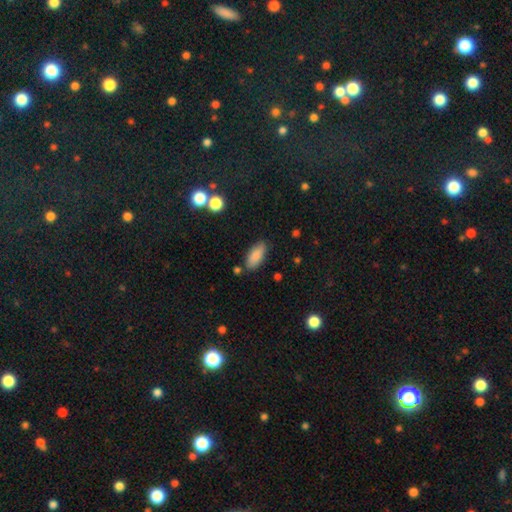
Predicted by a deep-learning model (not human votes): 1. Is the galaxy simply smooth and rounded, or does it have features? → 85% smooth, 8% featured or disk, 7% star or artifact.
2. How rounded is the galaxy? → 86% in between, 11% cigar-shaped, 2% round.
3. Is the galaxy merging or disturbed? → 80% none, 14% minor disturbance, 4% merger, 3% major disturbance.